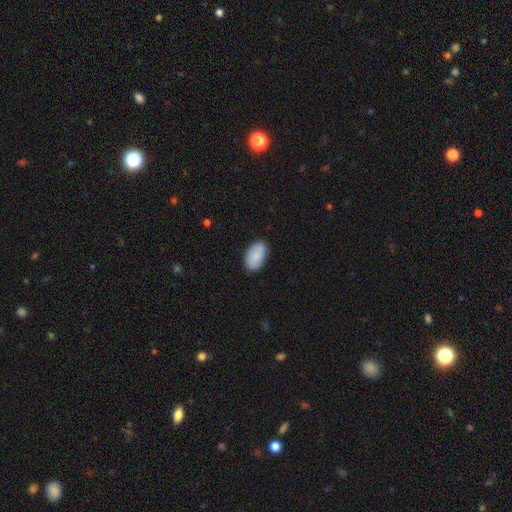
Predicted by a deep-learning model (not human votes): Smooth or featured?
  - smooth: 84% *
  - featured or disk: 10%
  - star or artifact: 6%
How rounded?
  - in between: 94% *
  - round: 4%
  - cigar-shaped: 2%
Merging?
  - none: 84% *
  - minor disturbance: 12%
  - major disturbance: 2%
  - merger: 1%